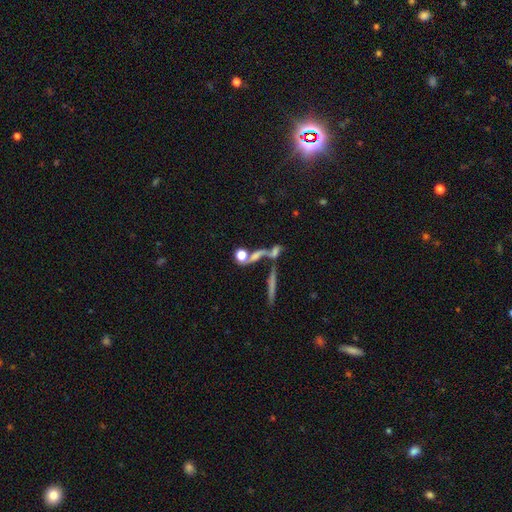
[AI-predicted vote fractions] Smooth or featured?
  - smooth: 47% *
  - featured or disk: 31%
  - star or artifact: 23%
Merging?
  - none: 39% * (tied)
  - merger: 39% * (tied)
  - major disturbance: 12%
  - minor disturbance: 10%